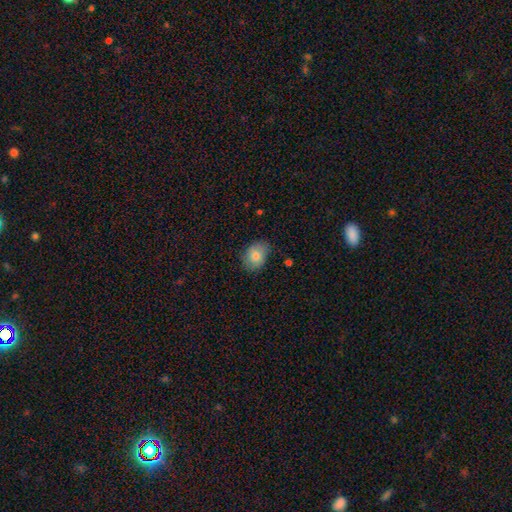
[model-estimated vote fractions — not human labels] smooth-or-featured: smooth: 82% | featured or disk: 10% | star or artifact: 8%
  how-rounded: in between: 63% | round: 36% | cigar-shaped: 1%
  merging: none: 77% | minor disturbance: 18% | major disturbance: 4% | merger: 1%